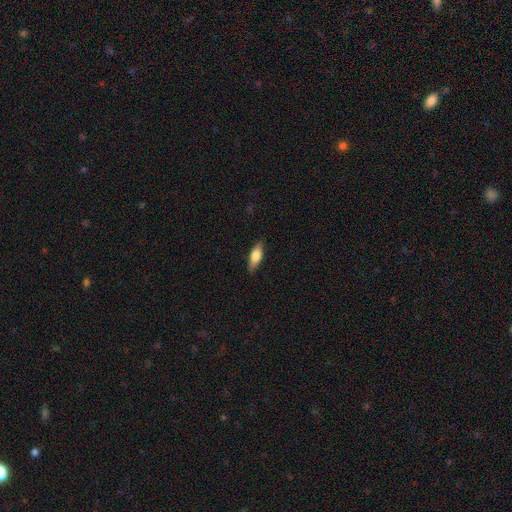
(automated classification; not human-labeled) Smooth or featured: smooth — 70% (featured or disk — 23%)
How rounded: in between — 67% (cigar-shaped — 30%)
Merging: none — 85% (minor disturbance — 11%)